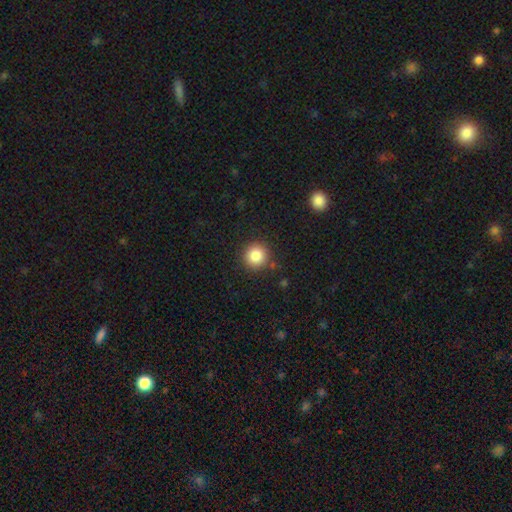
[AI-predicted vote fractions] smooth 85%, star or artifact 10%, featured or disk 5%. Down the decision tree: how rounded — round (94%); merging — none (89%).